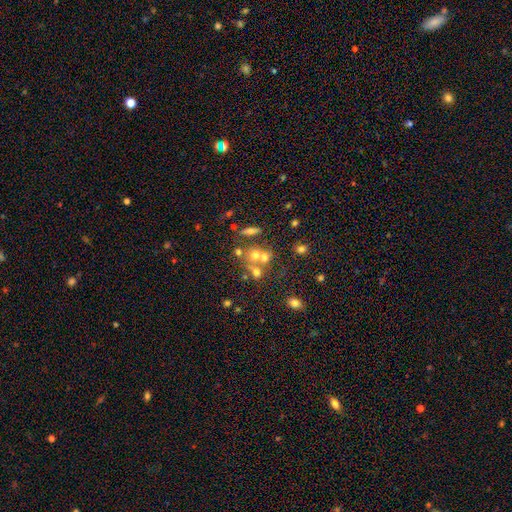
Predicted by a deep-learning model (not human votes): Smooth or featured? smooth (46%)
Merging? merger (46%)